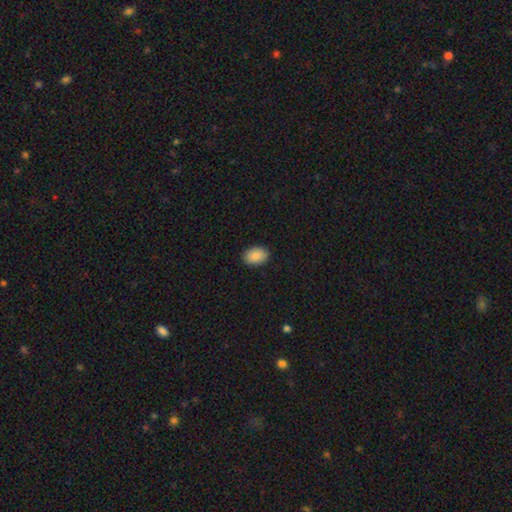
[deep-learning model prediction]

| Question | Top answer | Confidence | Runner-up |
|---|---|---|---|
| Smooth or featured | smooth | 88% | star or artifact (7%) |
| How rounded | in between | 81% | round (17%) |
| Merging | none | 90% | minor disturbance (7%) |